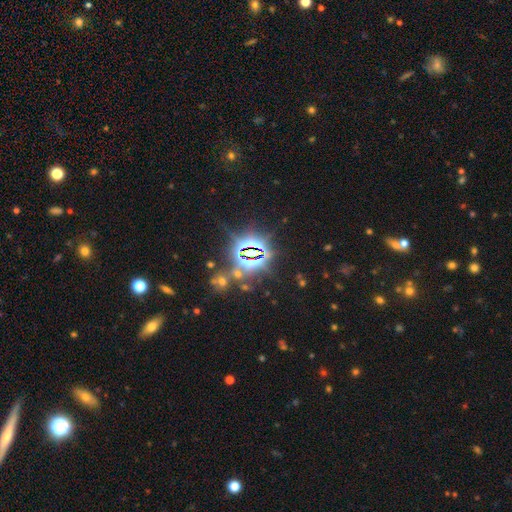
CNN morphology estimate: type=star or artifact (81%).